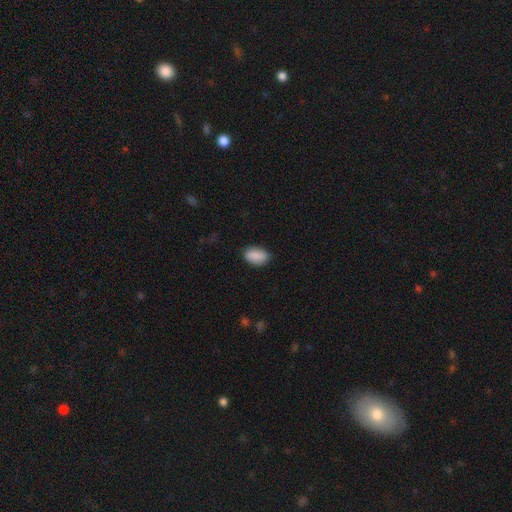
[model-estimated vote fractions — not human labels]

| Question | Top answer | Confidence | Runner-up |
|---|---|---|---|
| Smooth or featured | smooth | 88% | star or artifact (7%) |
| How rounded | in between | 91% | round (8%) |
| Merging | none | 81% | minor disturbance (15%) |